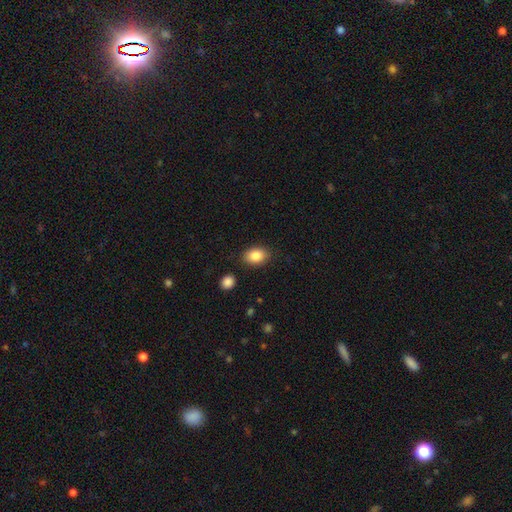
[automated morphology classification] type=smooth (86%); roundness=in between (81%); merging=none (85%).